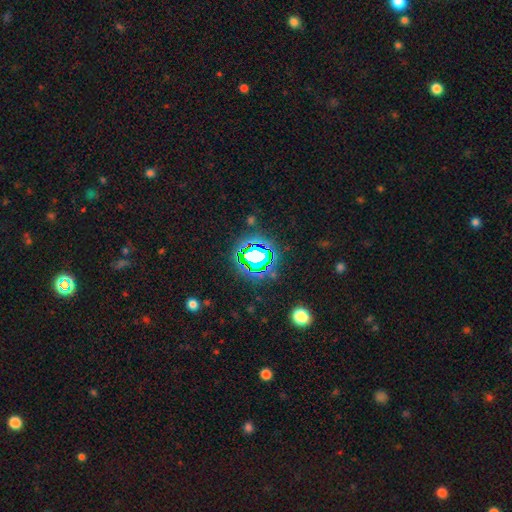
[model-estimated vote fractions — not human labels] smooth_or_featured: star or artifact (p=0.70) [alt: smooth p=0.17]